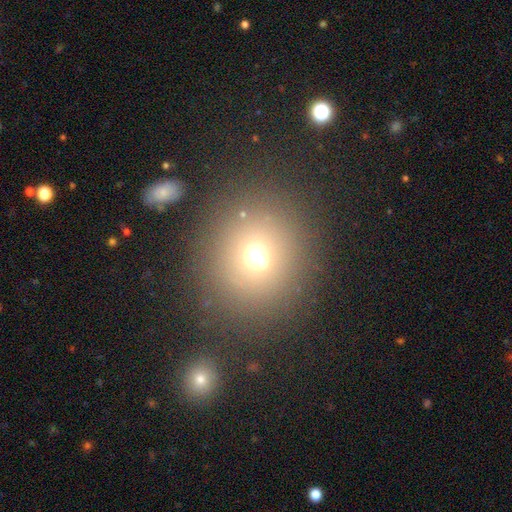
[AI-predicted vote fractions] Smooth or featured: smooth — 66% (star or artifact — 20%)
How rounded: round — 86% (in between — 13%)
Merging: none — 65% (merger — 20%)